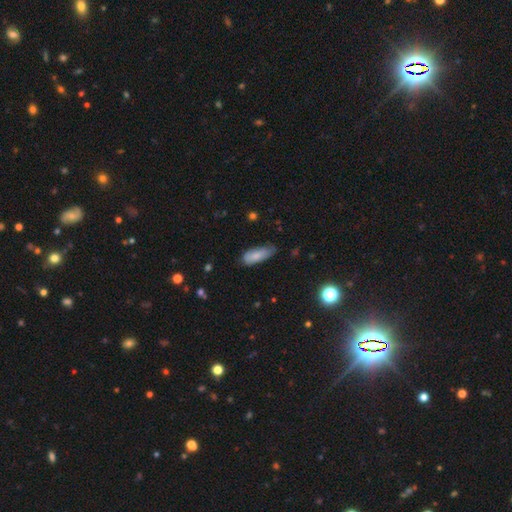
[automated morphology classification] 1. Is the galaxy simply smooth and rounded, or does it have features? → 79% smooth, 14% featured or disk, 7% star or artifact.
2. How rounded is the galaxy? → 75% in between, 23% cigar-shaped, 2% round.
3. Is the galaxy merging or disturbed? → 57% none, 34% minor disturbance, 7% major disturbance, 2% merger.